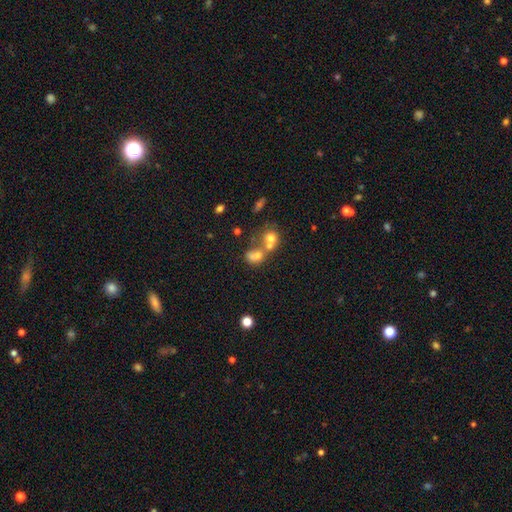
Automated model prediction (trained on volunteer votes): A smooth galaxy with no disk features (63%) that is round (50%).

Vote fractions:
- Smooth or featured? smooth: 63% / featured or disk: 20% / star or artifact: 17%
- How rounded? round: 50% / in between: 48% / cigar-shaped: 2%
- Merging? merger: 59% / none: 24% / minor disturbance: 8% / major disturbance: 8%